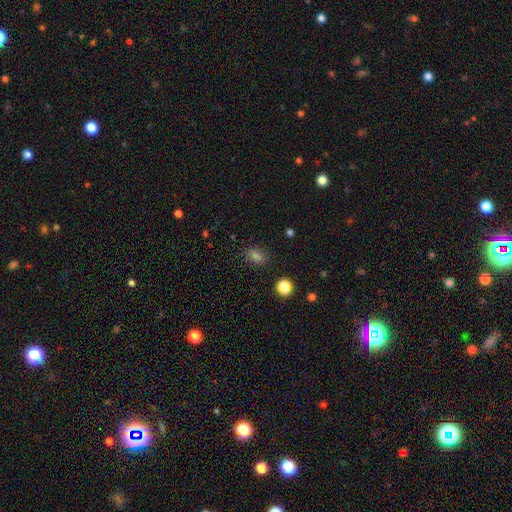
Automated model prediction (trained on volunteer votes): smooth-or-featured: smooth: 77% | star or artifact: 18% | featured or disk: 5%
  how-rounded: in between: 76% | round: 20% | cigar-shaped: 3%
  merging: none: 86% | minor disturbance: 9% | major disturbance: 3% | merger: 2%